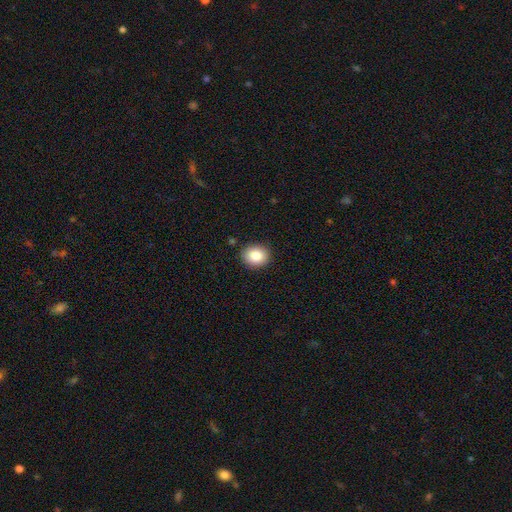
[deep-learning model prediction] A smooth galaxy with no disk features (86%) that is round (63%).

Vote fractions:
- Smooth or featured? smooth: 86% / star or artifact: 8% / featured or disk: 6%
- How rounded? round: 63% / in between: 36% / cigar-shaped: 1%
- Merging? none: 89% / minor disturbance: 8% / major disturbance: 2% / merger: 1%